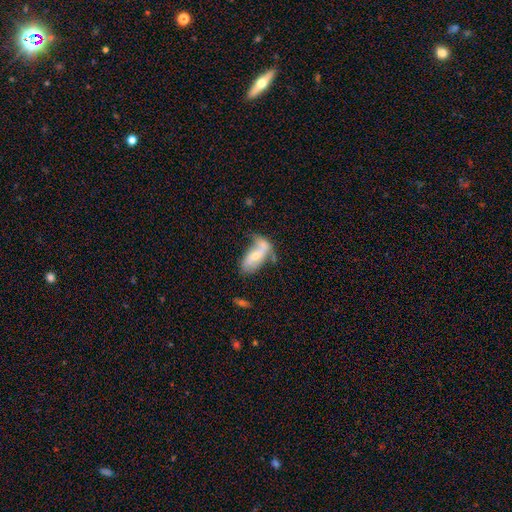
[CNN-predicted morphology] Smooth or featured: featured or disk — 48% (smooth — 45%)
Merging: none — 30% (minor disturbance — 26%)